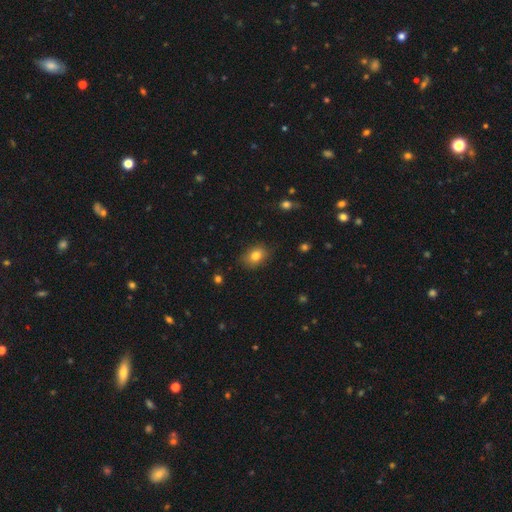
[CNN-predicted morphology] This is clearly a smooth galaxy (81%). How rounded: likely in between (64%). Merging: clearly none (81%).